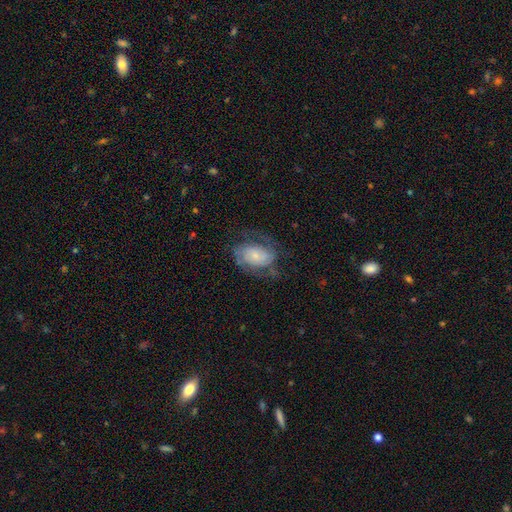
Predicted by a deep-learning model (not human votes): Smooth or featured: featured or disk — 58% (smooth — 34%)
Edge-on disk: no — 96% (yes — 4%)
Bar: no — 69% (weak — 24%)
Spiral arms: yes — 80% (no — 20%)
Bulge size: small — 57% (moderate — 22%)
Merging: none — 52% (major disturbance — 23%)